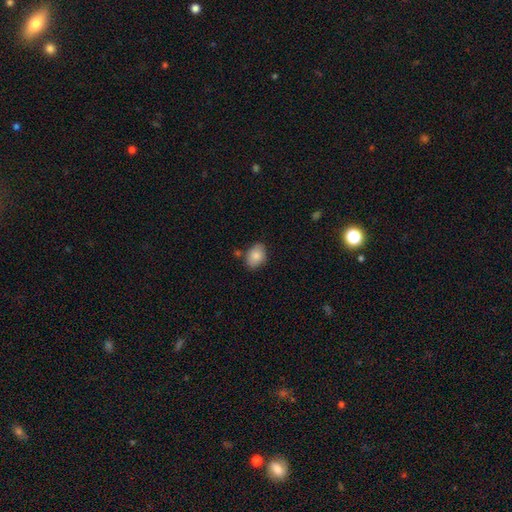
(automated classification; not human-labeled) Smooth or featured: smooth — 86% (featured or disk — 7%)
How rounded: in between — 76% (round — 23%)
Merging: none — 74% (minor disturbance — 17%)